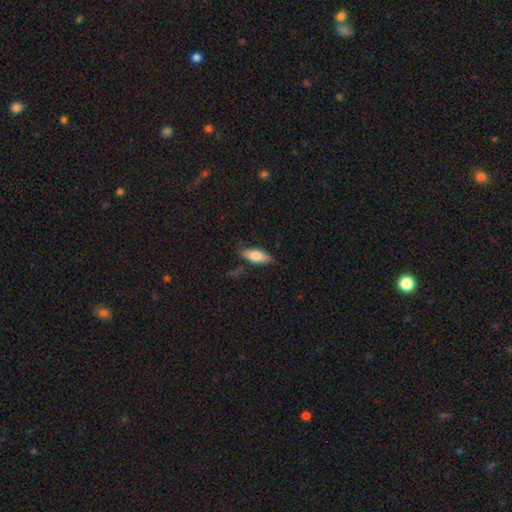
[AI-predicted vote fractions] A smooth galaxy with no disk features (73%) that is in between round and cigar-shaped (73%).

Vote fractions:
- Smooth or featured? smooth: 73% / featured or disk: 20% / star or artifact: 6%
- How rounded? in between: 73% / cigar-shaped: 24% / round: 3%
- Merging? none: 76% / minor disturbance: 18% / major disturbance: 4% / merger: 2%